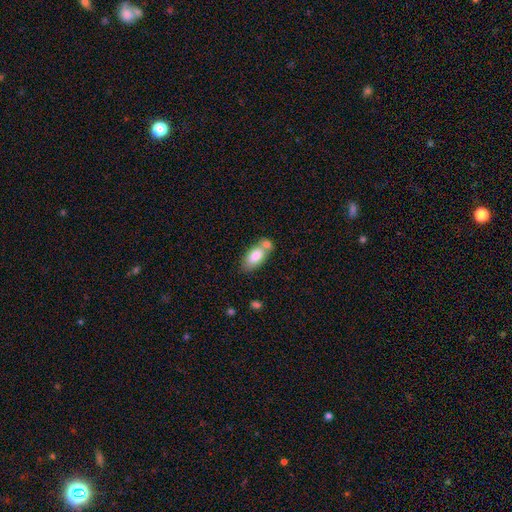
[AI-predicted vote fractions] This is likely a smooth galaxy (79%). How rounded: clearly in between (90%). Merging: marginally none (44%).